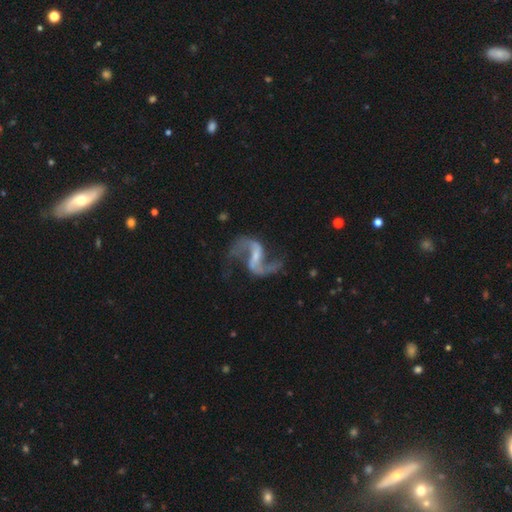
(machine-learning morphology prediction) Q: Smooth or featured?
A: featured or disk (92%); runner-up: star or artifact (5%)
Q: Edge-on disk?
A: no (97%); runner-up: yes (3%)
Q: Bar?
A: weak (45%); runner-up: strong (39%)
Q: Spiral arms?
A: yes (97%); runner-up: no (3%)
Q: Spiral winding?
A: loose (74%); runner-up: medium (22%)
Q: Spiral arm count?
A: 2 (94%); runner-up: 1 (2%)
Q: Bulge size?
A: small (53%); runner-up: none (26%)
Q: Merging?
A: none (75%); runner-up: minor disturbance (13%)